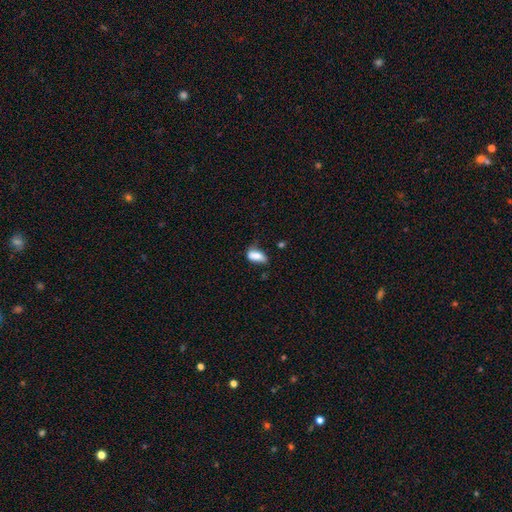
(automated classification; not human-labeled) Smooth or featured? smooth (79%)
How rounded? in between (86%)
Merging? none (40%)